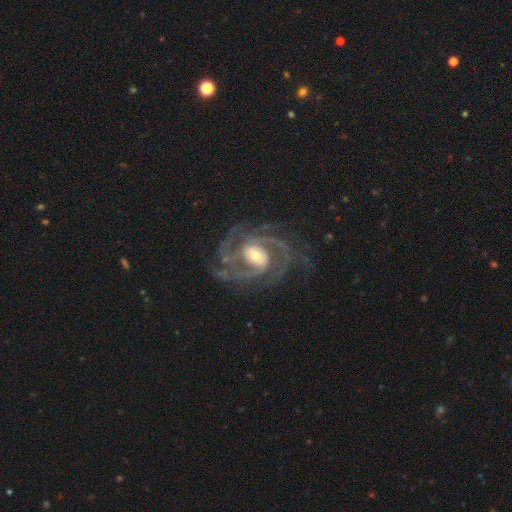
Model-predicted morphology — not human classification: smooth_or_featured: featured or disk (p=0.92) [alt: star or artifact p=0.05]
disk_edge_on: no (p=0.98) [alt: yes p=0.02]
bar: no (p=0.42) [alt: weak p=0.38]
has_spiral_arms: yes (p=0.98) [alt: no p=0.02]
spiral_winding: tight (p=0.47) [alt: medium p=0.45]
spiral_arm_count: 2 (p=0.30) [tied with: 3 p=0.30]
bulge_size: moderate (p=0.49) [alt: small p=0.39]
merging: none (p=0.70) [alt: minor disturbance p=0.16]